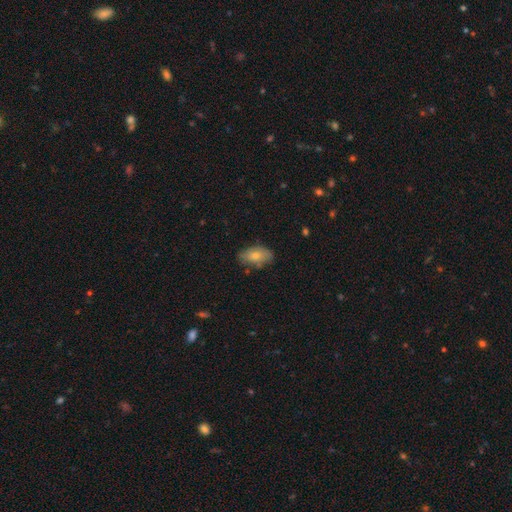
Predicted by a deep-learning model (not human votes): Smooth or featured: smooth — 72% (featured or disk — 21%)
How rounded: in between — 91% (round — 6%)
Merging: none — 72% (minor disturbance — 21%)